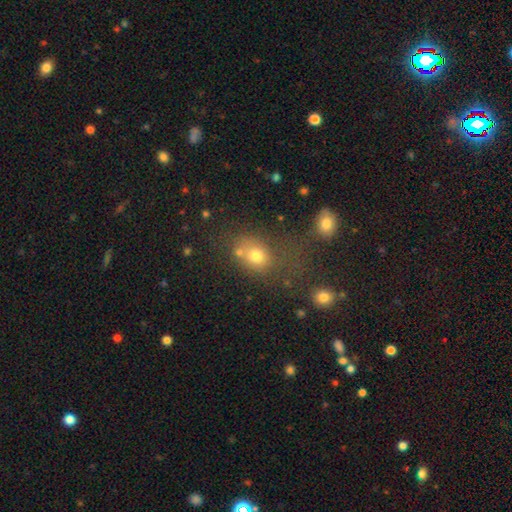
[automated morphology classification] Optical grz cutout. It shows a smooth galaxy with no disk features (70%) that is round (53%). Merging: none (51%).